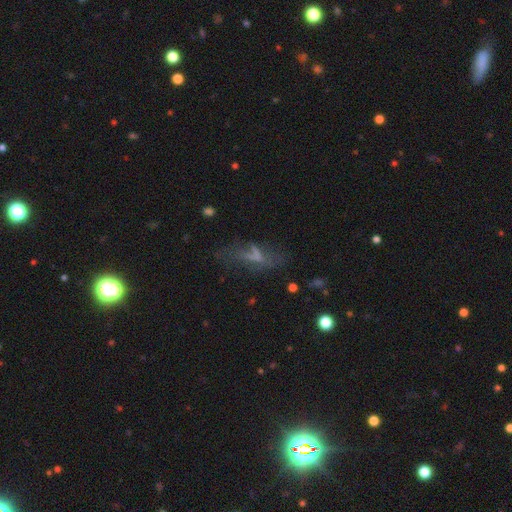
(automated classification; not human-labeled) smooth_or_featured: featured or disk (p=0.43) [alt: smooth p=0.37]
merging: none (p=0.56) [alt: minor disturbance p=0.21]